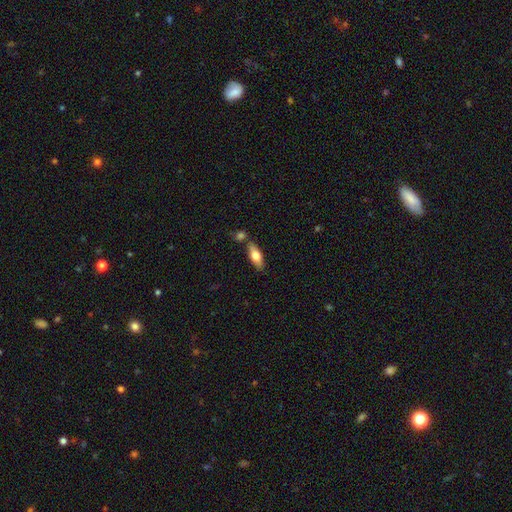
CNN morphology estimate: Smooth or featured? smooth (69%)
How rounded? in between (67%)
Merging? none (71%)